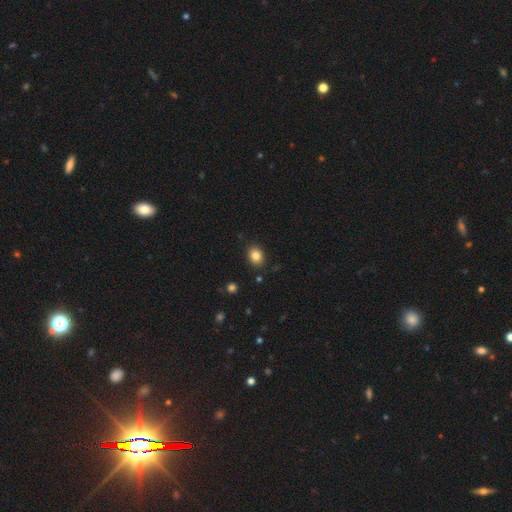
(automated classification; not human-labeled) Smooth or featured: smooth — 84% (star or artifact — 10%)
How rounded: in between — 54% (round — 45%)
Merging: none — 88% (minor disturbance — 8%)